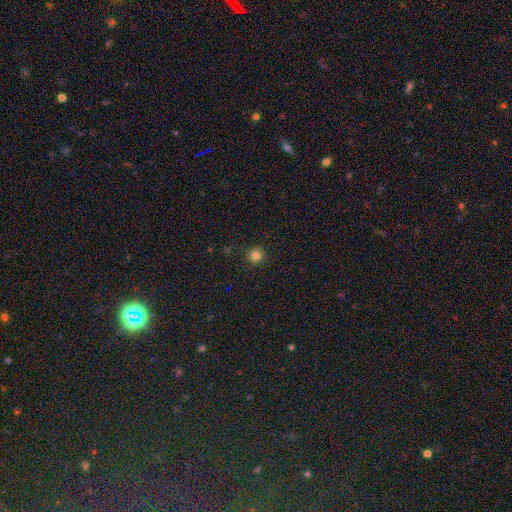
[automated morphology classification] Smooth or featured?
  - smooth: 82% *
  - star or artifact: 14%
  - featured or disk: 5%
How rounded?
  - round: 94% *
  - in between: 5%
  - cigar-shaped: 1%
Merging?
  - none: 90% *
  - minor disturbance: 7%
  - major disturbance: 2%
  - merger: 1%